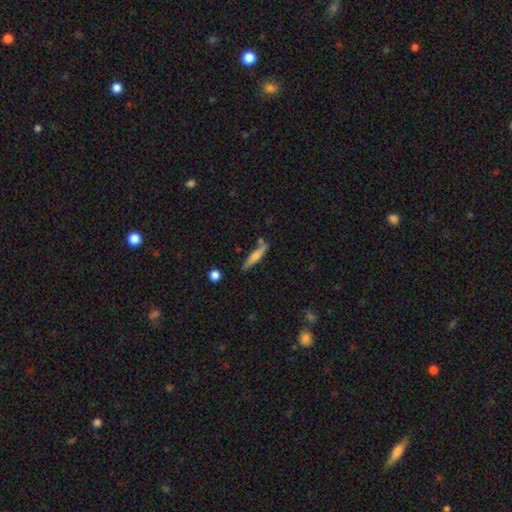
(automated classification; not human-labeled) The model was most divided on "smooth or featured": smooth: 61%, featured or disk: 33%, star or artifact: 7%. More confident: how rounded — cigar-shaped (87%); merging — none (70%).